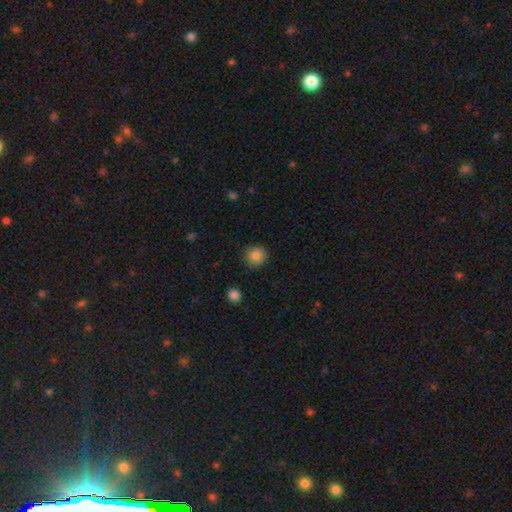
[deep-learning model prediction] Smooth or featured? smooth (86%)
How rounded? round (91%)
Merging? none (90%)